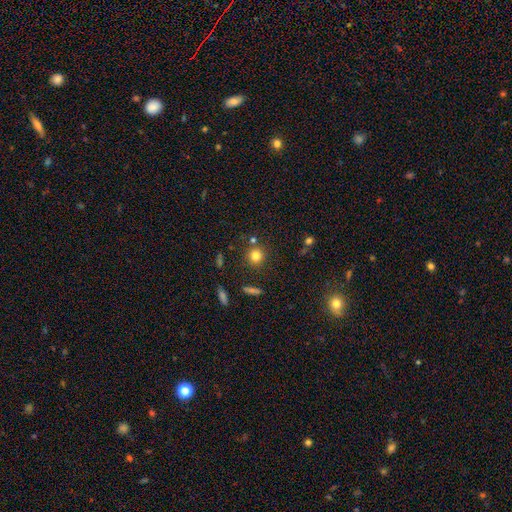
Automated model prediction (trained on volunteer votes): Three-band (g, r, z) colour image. It shows a smooth galaxy with no disk features (78%) that is round (91%). Merging: none (80%).